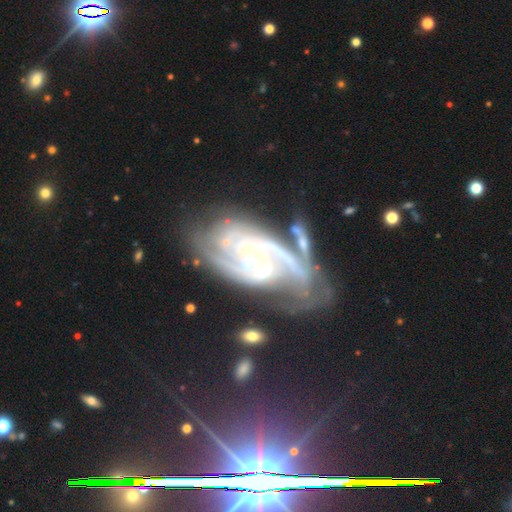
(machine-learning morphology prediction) This appears to be a featured or disk galaxy (88%) with no bar (63%), 2 (33%) tight (56%) spiral arms (97%) and a small central bulge (61%). Merging: none (43%).